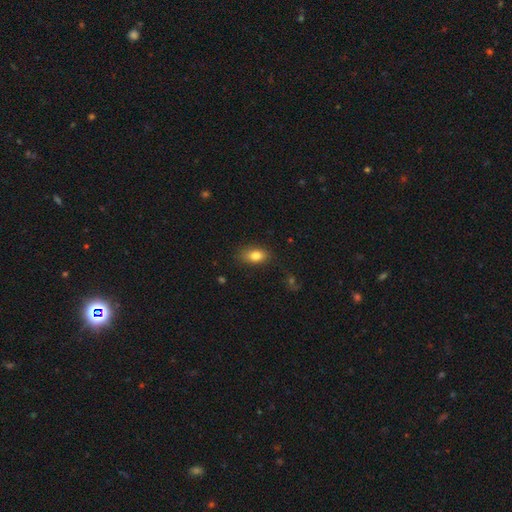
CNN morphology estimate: The model was most divided on "merging": none: 81%, minor disturbance: 14%, major disturbance: 3%, merger: 1%. More confident: how rounded — in between (85%); smooth or featured — smooth (82%).